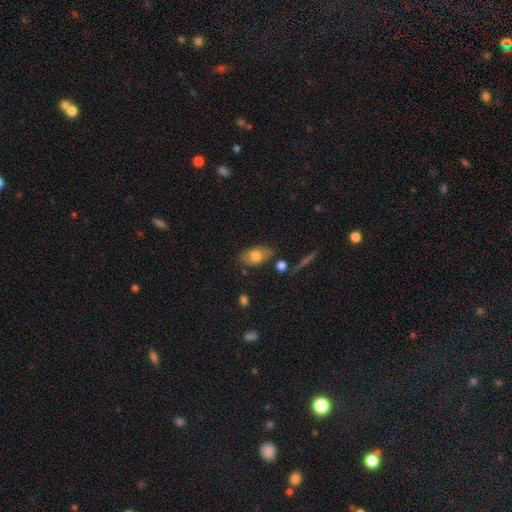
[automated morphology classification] This is likely a smooth galaxy (74%). How rounded: clearly in between (91%). Merging: likely none (79%).